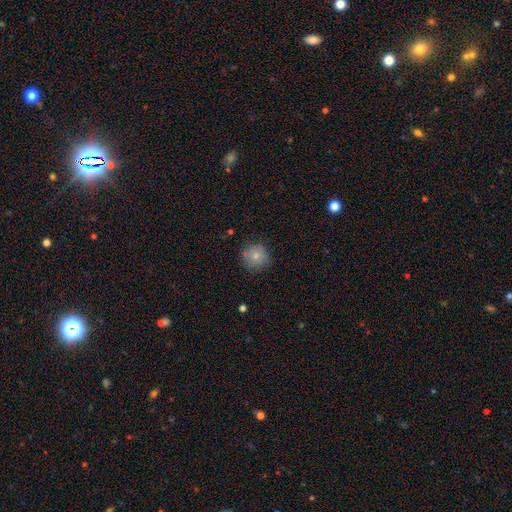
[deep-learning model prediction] smooth 77%, featured or disk 12%, star or artifact 10%. Down the decision tree: how rounded — round (92%); merging — none (79%).